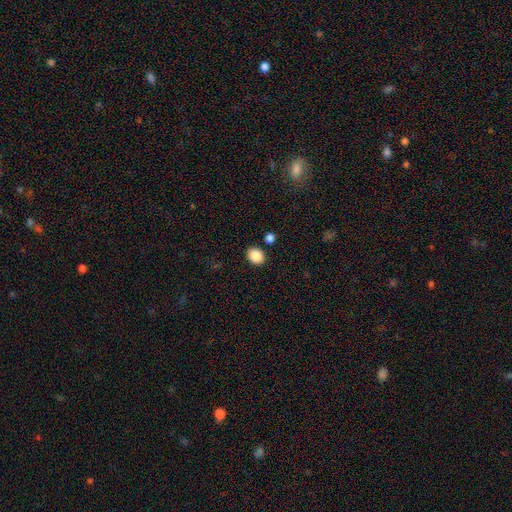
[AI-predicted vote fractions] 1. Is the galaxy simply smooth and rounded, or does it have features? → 87% smooth, 9% star or artifact, 4% featured or disk.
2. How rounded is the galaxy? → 64% round, 35% in between, 1% cigar-shaped.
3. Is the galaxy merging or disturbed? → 86% none, 7% minor disturbance, 4% merger, 2% major disturbance.